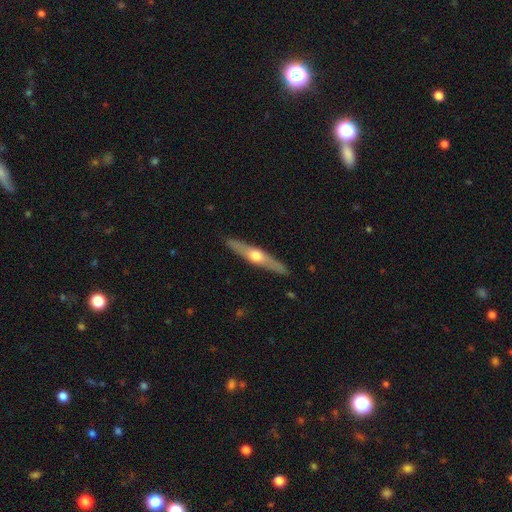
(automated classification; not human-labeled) Smooth or featured?
  - featured or disk: 67% *
  - smooth: 28%
  - star or artifact: 5%
Edge-on disk?
  - yes: 95% *
  - no: 5%
Edge-on bulge?
  - rounded: 94% *
  - none: 4%
  - boxy: 3%
Merging?
  - none: 90% *
  - minor disturbance: 8%
  - major disturbance: 2%
  - merger: 1%